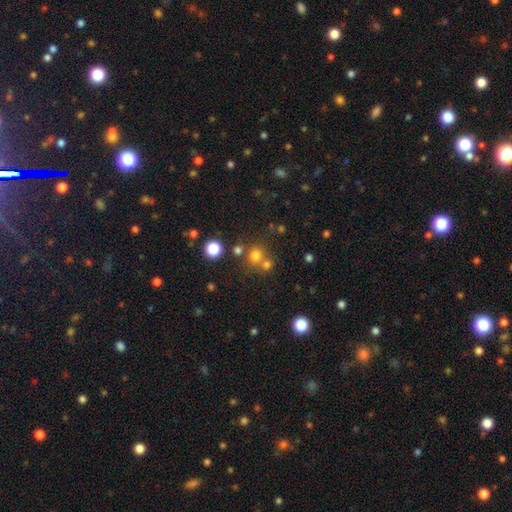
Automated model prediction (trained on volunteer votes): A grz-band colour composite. It shows a smooth galaxy with no disk features (72%) that is round (89%). Merging: none (64%).